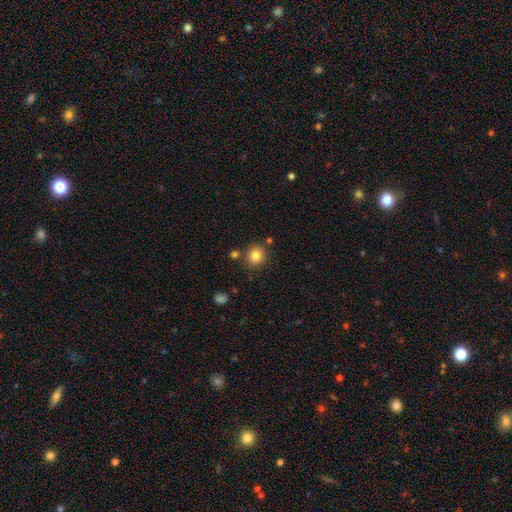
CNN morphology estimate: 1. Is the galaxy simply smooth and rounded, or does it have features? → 83% smooth, 11% star or artifact, 6% featured or disk.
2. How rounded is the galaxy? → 86% round, 13% in between, 1% cigar-shaped.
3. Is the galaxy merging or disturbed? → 82% none, 8% minor disturbance, 7% merger, 3% major disturbance.